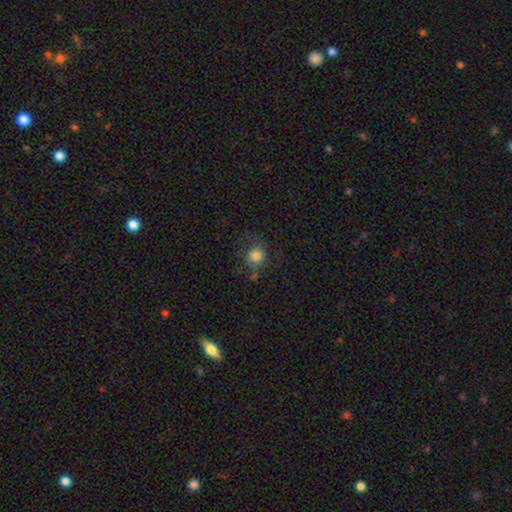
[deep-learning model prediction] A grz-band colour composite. It shows a smooth galaxy with no disk features (78%) that is round (81%). Merging: none (57%).